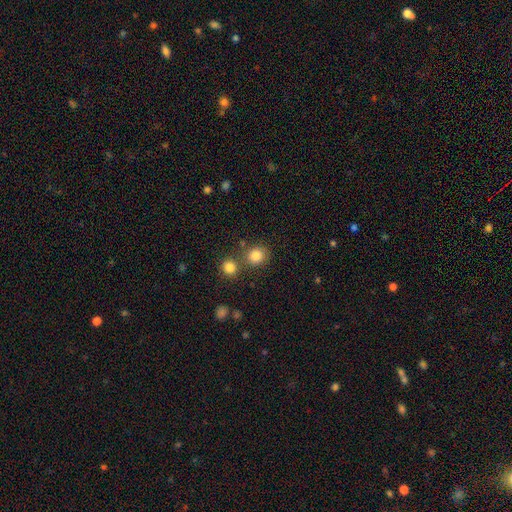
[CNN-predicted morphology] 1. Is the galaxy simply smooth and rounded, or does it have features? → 84% smooth, 11% star or artifact, 5% featured or disk.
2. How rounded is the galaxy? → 79% round, 20% in between, 1% cigar-shaped.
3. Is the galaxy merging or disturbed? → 69% none, 18% merger, 9% minor disturbance, 4% major disturbance.